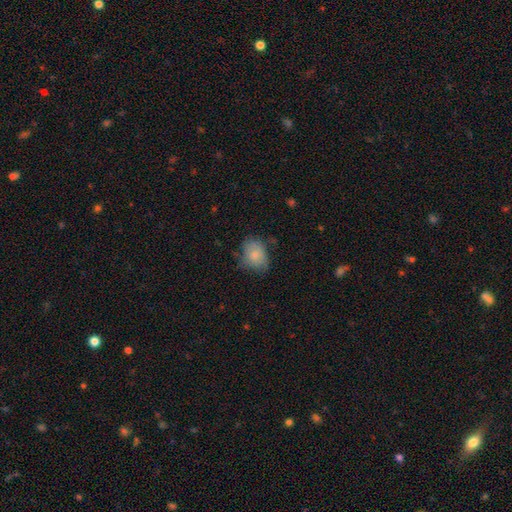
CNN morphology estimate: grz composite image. It shows a smooth galaxy with no disk features (76%) that is in between round and cigar-shaped (56%). Merging: none (53%).